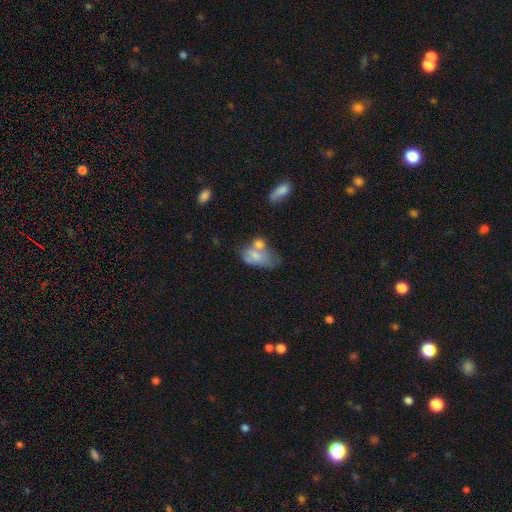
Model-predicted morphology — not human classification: Smooth or featured?
  - smooth: 63% *
  - featured or disk: 28%
  - star or artifact: 9%
How rounded?
  - in between: 85% *
  - round: 13%
  - cigar-shaped: 2%
Merging?
  - merger: 49% *
  - major disturbance: 18%
  - none: 17%
  - minor disturbance: 16%